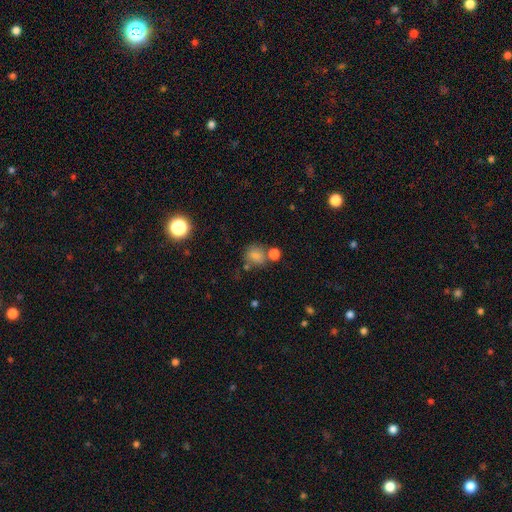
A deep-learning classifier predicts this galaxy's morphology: type=smooth (77%); roundness=round (74%); merging=none (61%).